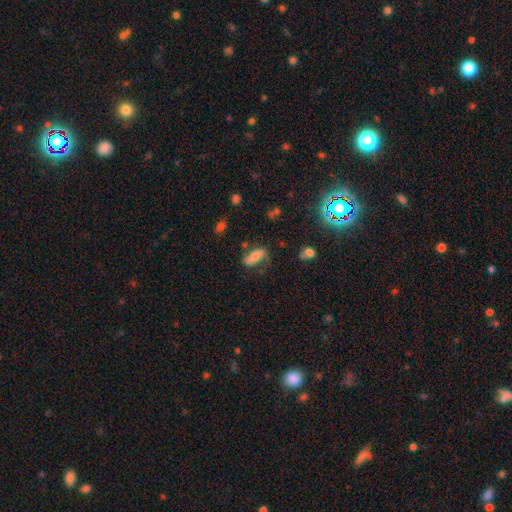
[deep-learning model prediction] Smooth or featured? Predicted: smooth (p=0.52). How rounded? Predicted: in between (p=0.72). Merging? Predicted: none (p=0.58).